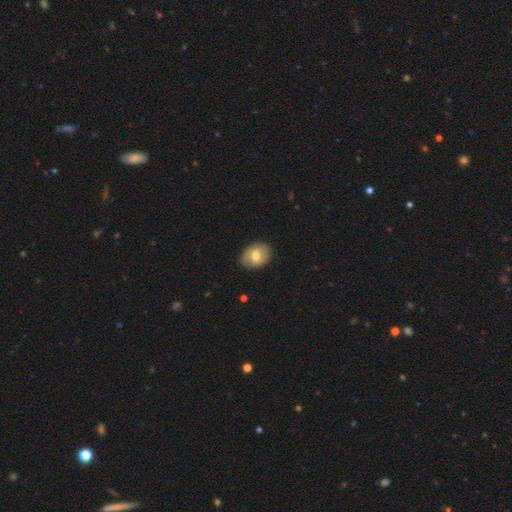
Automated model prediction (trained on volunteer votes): Overall: smooth (65%; featured or disk 28%). How rounded: in between (64%; round 35%). Merging: none (82%).